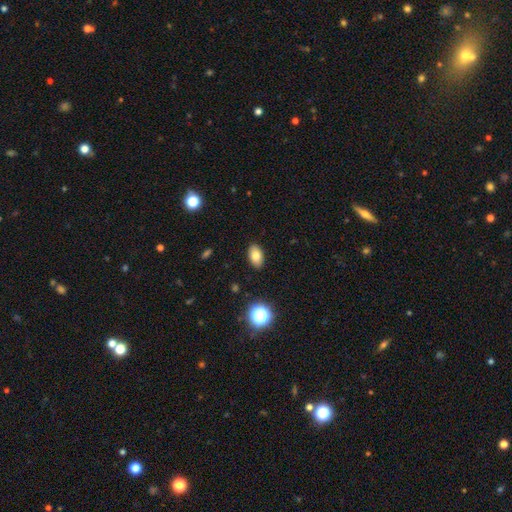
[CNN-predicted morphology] Smooth or featured? Predicted: smooth (p=0.80). How rounded? Predicted: in between (p=0.91). Merging? Predicted: none (p=0.89).